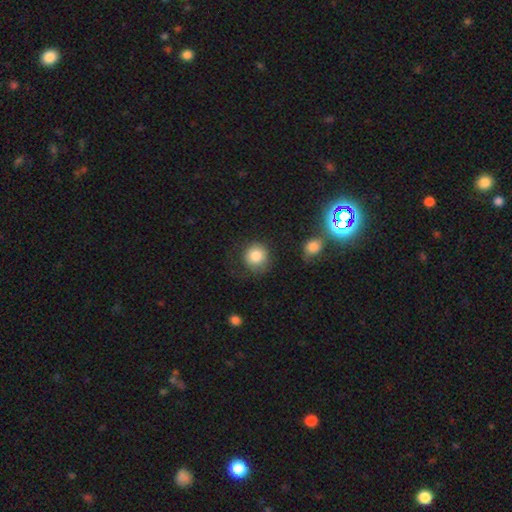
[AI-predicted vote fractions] Smooth or featured? smooth (84%)
How rounded? round (89%)
Merging? none (73%)